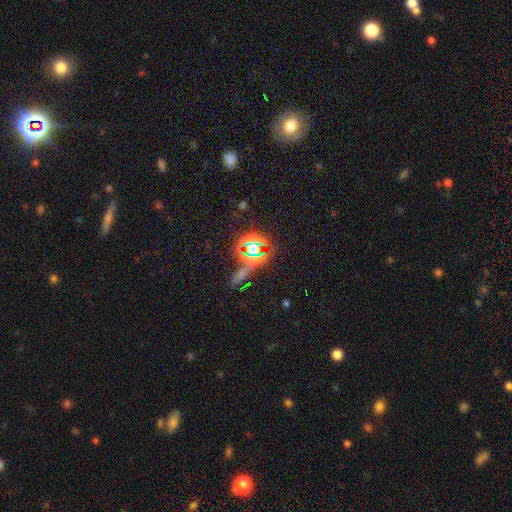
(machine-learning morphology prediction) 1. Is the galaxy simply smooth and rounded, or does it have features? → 65% star or artifact, 25% smooth, 11% featured or disk.